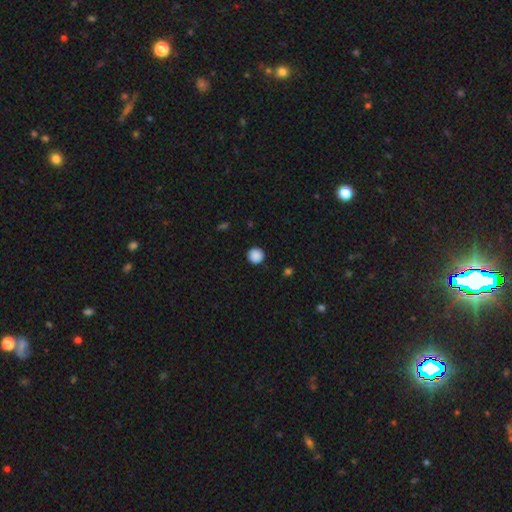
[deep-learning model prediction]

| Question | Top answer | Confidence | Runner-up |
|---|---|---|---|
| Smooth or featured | smooth | 89% | star or artifact (9%) |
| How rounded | round | 95% | in between (4%) |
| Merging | none | 92% | minor disturbance (5%) |